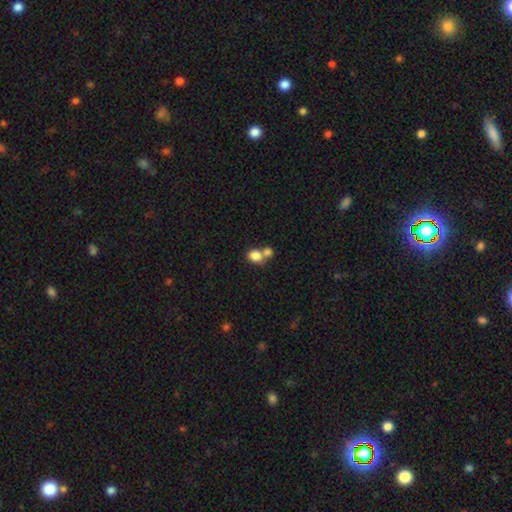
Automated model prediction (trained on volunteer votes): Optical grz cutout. It shows a smooth galaxy with no disk features (83%) that is round (60%). Merging: merger (52%).